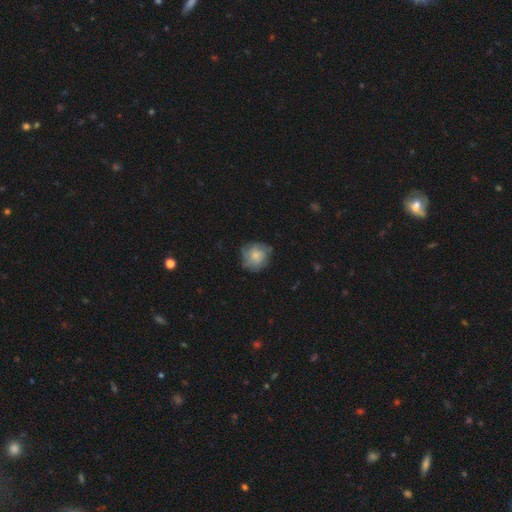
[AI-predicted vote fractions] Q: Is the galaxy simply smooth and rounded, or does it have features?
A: smooth — 53%.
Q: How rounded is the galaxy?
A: round — 84%.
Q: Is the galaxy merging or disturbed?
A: none — 68%.